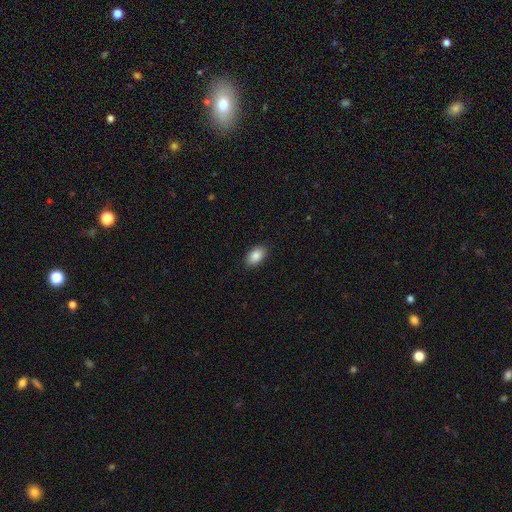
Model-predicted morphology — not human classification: smooth 88%, star or artifact 7%, featured or disk 5%. Down the decision tree: how rounded — in between (93%); merging — none (89%).